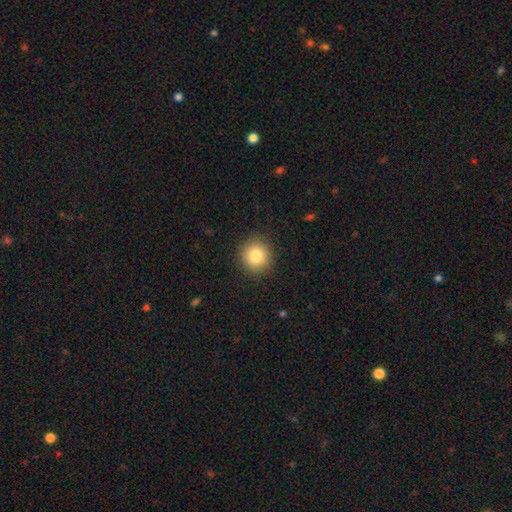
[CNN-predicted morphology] A smooth galaxy with no disk features (83%) that is round (92%). Merging: none (91%).